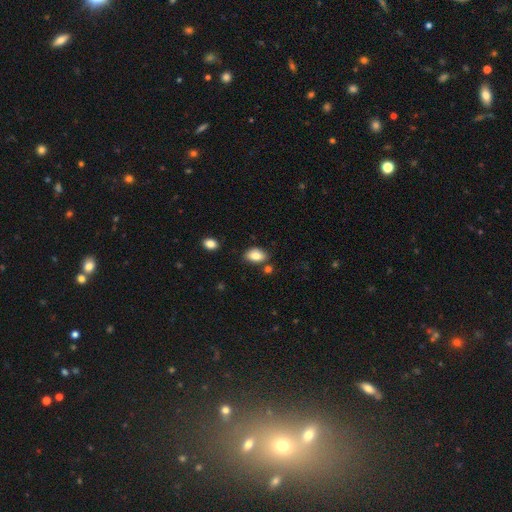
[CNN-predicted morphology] Smooth or featured?
  - smooth: 83% *
  - featured or disk: 9%
  - star or artifact: 8%
How rounded?
  - in between: 89% *
  - round: 9%
  - cigar-shaped: 2%
Merging?
  - none: 77% *
  - minor disturbance: 14%
  - merger: 7%
  - major disturbance: 3%